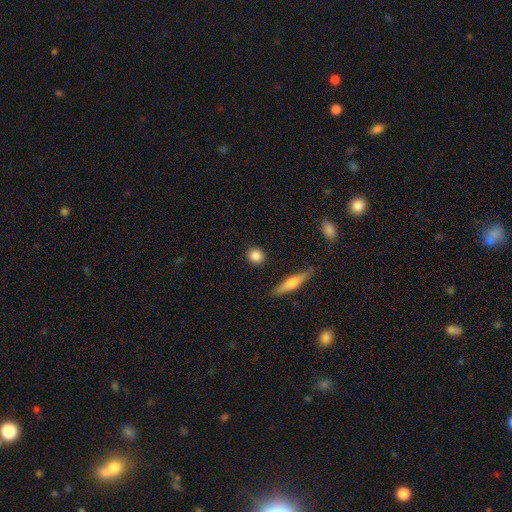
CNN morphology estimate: Q: Smooth or featured?
A: smooth (85%); runner-up: star or artifact (8%)
Q: How rounded?
A: round (84%); runner-up: in between (13%)
Q: Merging?
A: none (88%); runner-up: minor disturbance (7%)